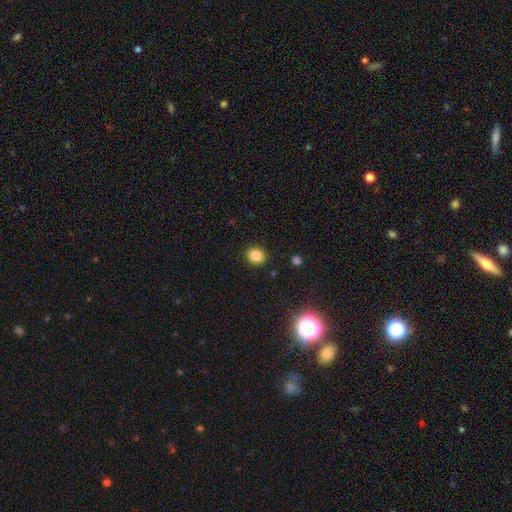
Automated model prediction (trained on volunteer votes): A smooth galaxy with no disk features (84%) that is round (72%). Merging: none (90%).